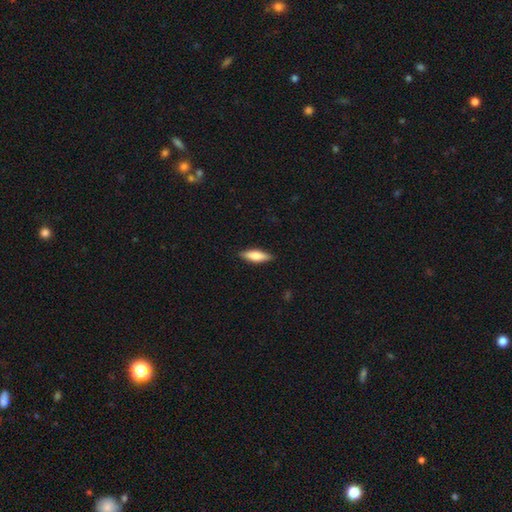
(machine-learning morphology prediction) A smooth galaxy with no disk features (75%) that is in between round and cigar-shaped (49%, tied with cigar-shaped).

Vote fractions:
- Smooth or featured? smooth: 75% / featured or disk: 20% / star or artifact: 6%
- How rounded? in between: 49% (tied) / cigar-shaped: 49% (tied) / round: 2%
- Merging? none: 88% / minor disturbance: 9% / major disturbance: 2% / merger: 1%